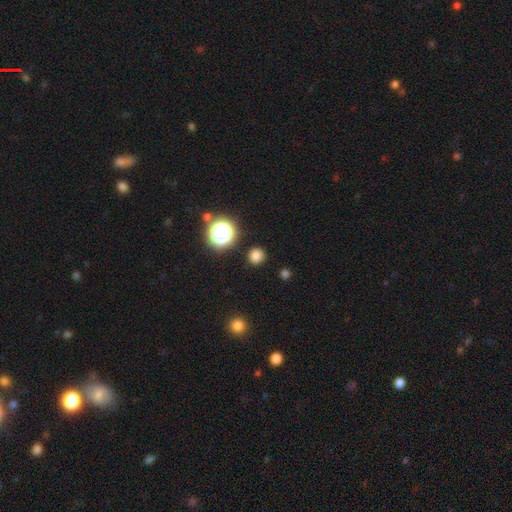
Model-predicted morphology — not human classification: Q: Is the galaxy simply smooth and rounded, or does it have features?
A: smooth — 78%.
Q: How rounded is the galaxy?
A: round — 89%.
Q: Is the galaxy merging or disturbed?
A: none — 89%.